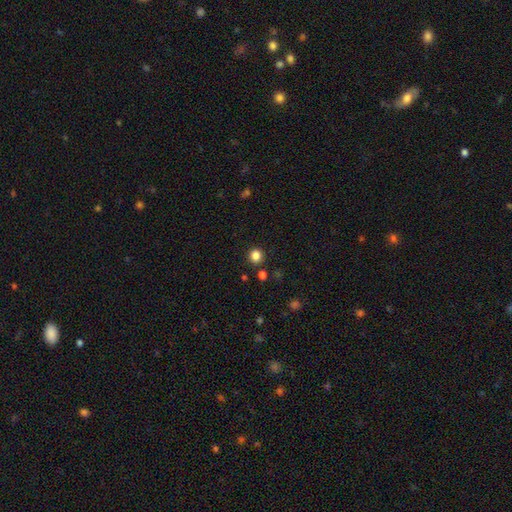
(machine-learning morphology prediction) Smooth or featured: smooth — 83% (star or artifact — 13%)
How rounded: round — 90% (in between — 9%)
Merging: none — 89% (minor disturbance — 6%)